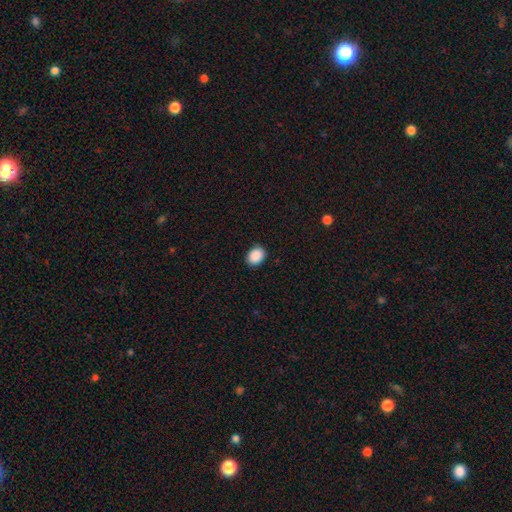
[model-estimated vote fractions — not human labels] This appears to be a smooth galaxy with no disk features (90%) that is in between round and cigar-shaped (61%). Merging: none (89%).